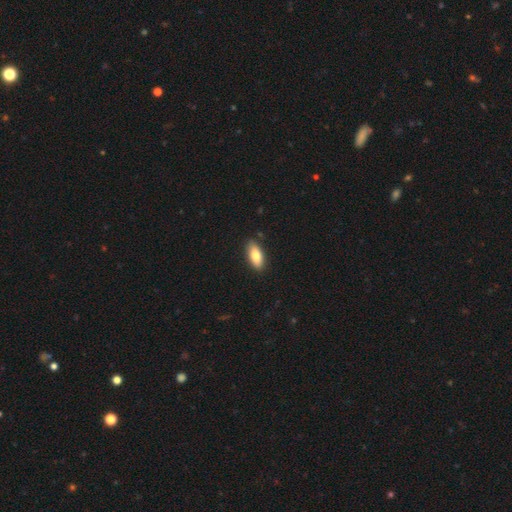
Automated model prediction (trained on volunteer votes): A smooth galaxy with no disk features (82%) that is in between round and cigar-shaped (83%). Merging: none (88%).